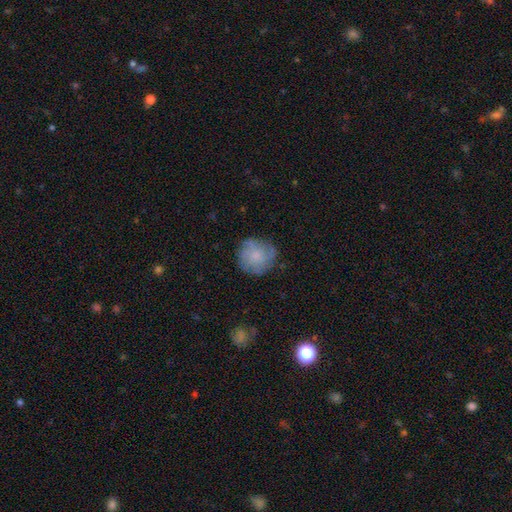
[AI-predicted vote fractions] Smooth or featured?
  - smooth: 58% *
  - featured or disk: 33%
  - star or artifact: 9%
How rounded?
  - round: 89% *
  - in between: 10%
  - cigar-shaped: 1%
Merging?
  - none: 75% *
  - minor disturbance: 18%
  - major disturbance: 6%
  - merger: 1%